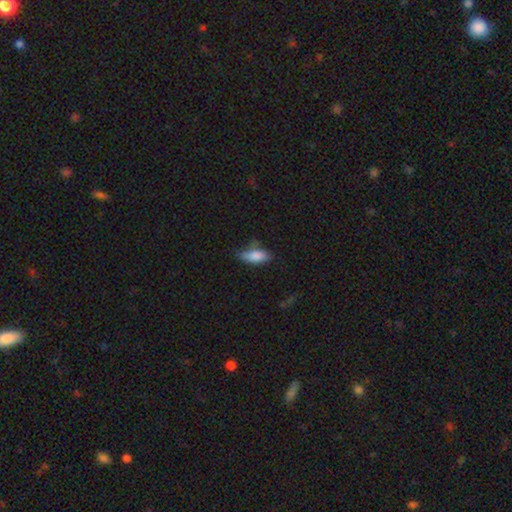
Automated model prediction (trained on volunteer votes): A smooth galaxy with no disk features (83%) that is in between round and cigar-shaped (75%). Merging: none (59%).